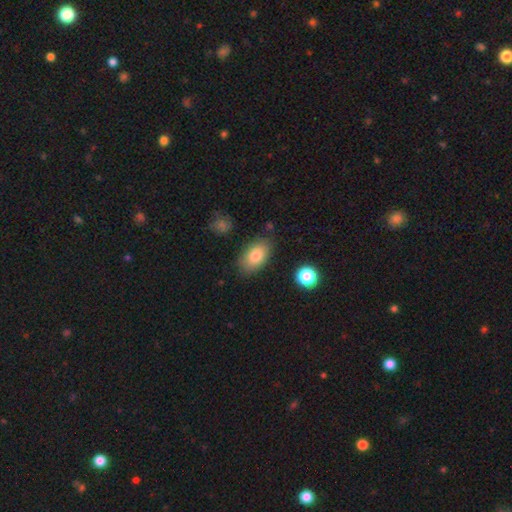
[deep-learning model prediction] Q: Smooth or featured?
A: smooth (80%); runner-up: featured or disk (13%)
Q: How rounded?
A: in between (91%); runner-up: round (7%)
Q: Merging?
A: none (81%); runner-up: minor disturbance (13%)